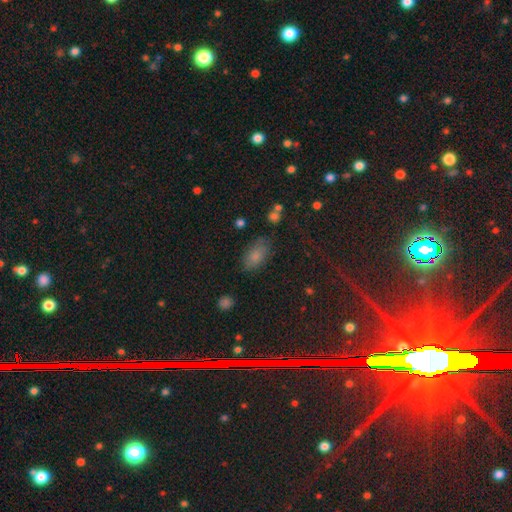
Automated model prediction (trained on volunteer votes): Q: Smooth or featured?
A: smooth (78%); runner-up: star or artifact (12%)
Q: How rounded?
A: in between (90%); runner-up: round (6%)
Q: Merging?
A: none (74%); runner-up: minor disturbance (18%)